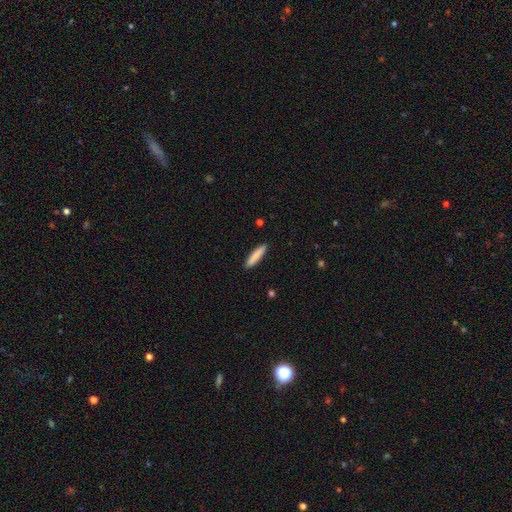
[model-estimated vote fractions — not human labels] Smooth or featured?
  - smooth: 86% *
  - featured or disk: 9%
  - star or artifact: 6%
How rounded?
  - cigar-shaped: 87% *
  - in between: 12%
  - round: 1%
Merging?
  - none: 91% *
  - minor disturbance: 7%
  - major disturbance: 1%
  - merger: 1%